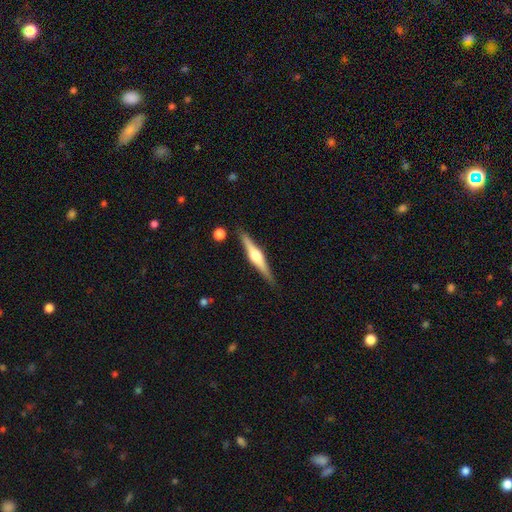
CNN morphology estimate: A featured or disk galaxy (72%) viewed edge-on (98%) with a rounded central bulge (90%). Merging: none (87%).